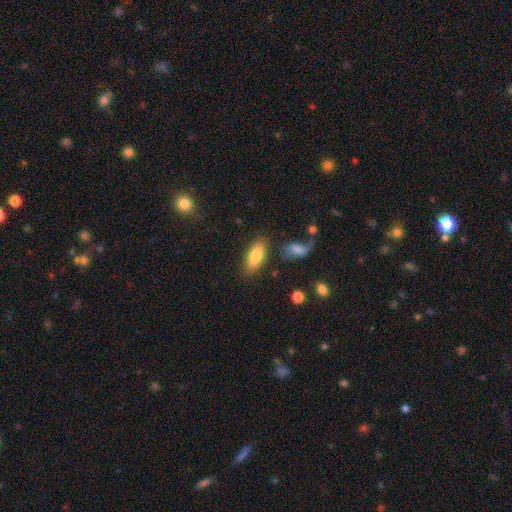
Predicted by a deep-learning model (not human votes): A smooth galaxy with no disk features (81%) that is in between round and cigar-shaped (83%). Merging: none (78%).